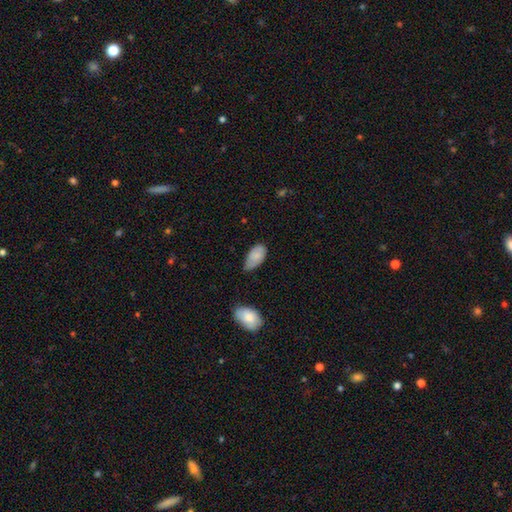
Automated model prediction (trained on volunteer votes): Overall: smooth (80%). How rounded: in between (94%). Merging: minor disturbance (45%; none 43%).